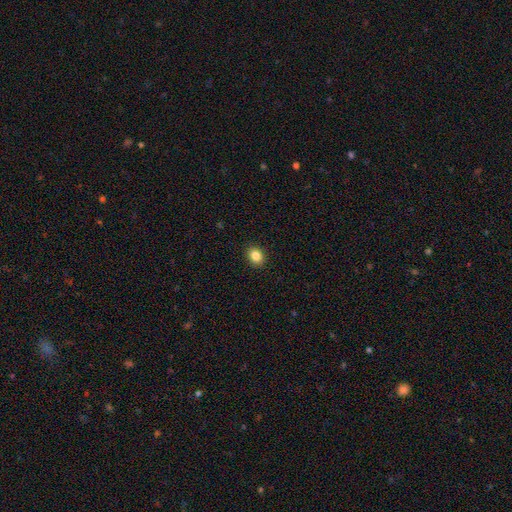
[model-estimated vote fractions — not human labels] A smooth galaxy with no disk features (85%) that is in between round and cigar-shaped (54%).

Vote fractions:
- Smooth or featured? smooth: 85% / star or artifact: 10% / featured or disk: 5%
- How rounded? in between: 54% / round: 45% / cigar-shaped: 1%
- Merging? none: 91% / minor disturbance: 6% / major disturbance: 2% / merger: 1%